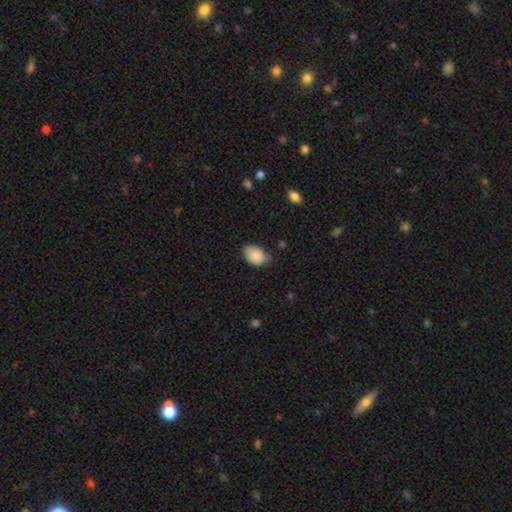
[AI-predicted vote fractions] smooth-or-featured: smooth: 88% | star or artifact: 7% | featured or disk: 5%
  how-rounded: in between: 83% | round: 15% | cigar-shaped: 1%
  merging: none: 62% | minor disturbance: 31% | major disturbance: 5% | merger: 2%